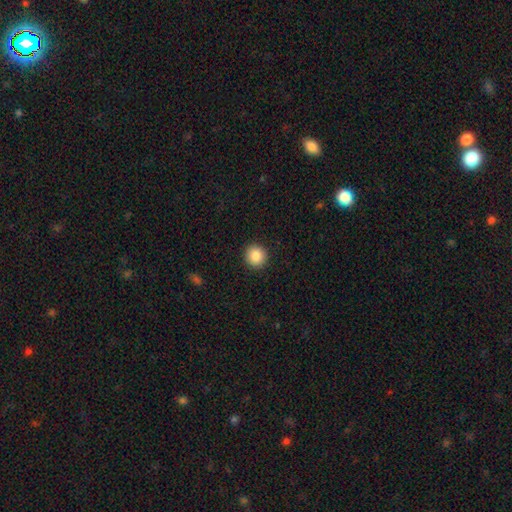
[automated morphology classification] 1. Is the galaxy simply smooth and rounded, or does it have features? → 87% smooth, 9% star or artifact, 4% featured or disk.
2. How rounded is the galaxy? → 93% round, 6% in between, 1% cigar-shaped.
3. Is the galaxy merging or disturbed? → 93% none, 5% minor disturbance, 2% major disturbance, 1% merger.